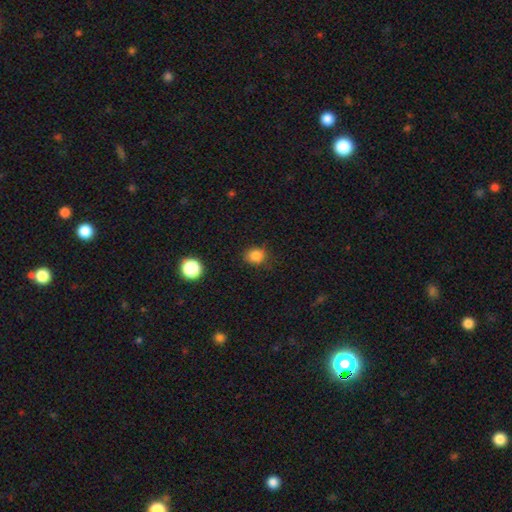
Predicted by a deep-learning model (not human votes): This appears to be a smooth galaxy with no disk features (84%) that is round (71%). Merging: none (82%).